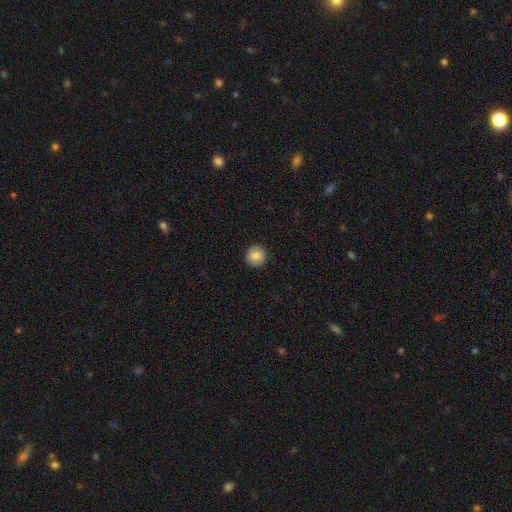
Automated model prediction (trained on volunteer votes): smooth_or_featured: smooth (p=0.86) [alt: star or artifact p=0.08]
how_rounded: round (p=0.95) [alt: in between p=0.04]
merging: none (p=0.92) [alt: minor disturbance p=0.05]